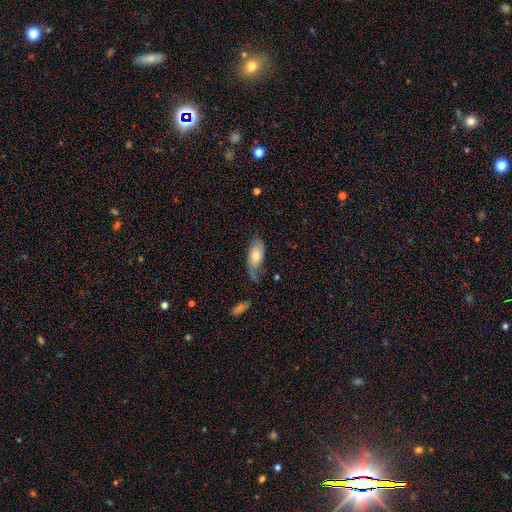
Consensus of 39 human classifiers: smooth-or-featured: featured or disk: 51% | smooth: 41% | star or artifact: 8%
  disk-edge-on: no: 75% | yes: 25%
    bar: no: 60% | weak: 40% | strong: 0%
    has-spiral-arms: yes: 67% | no: 33%
      spiral-winding: medium: 50% | loose: 30% | tight: 20%
      spiral-arm-count: 2: 40% | can't tell: 30% | 1: 20% | 3: 10% | 4: 0% | more than 4: 0%
    bulge-size: moderate: 67% | large: 20% | small: 13% | dominant: 0% | none: 0%
  merging: none: 47% | minor disturbance: 31% | major disturbance: 22% | merger: 0%